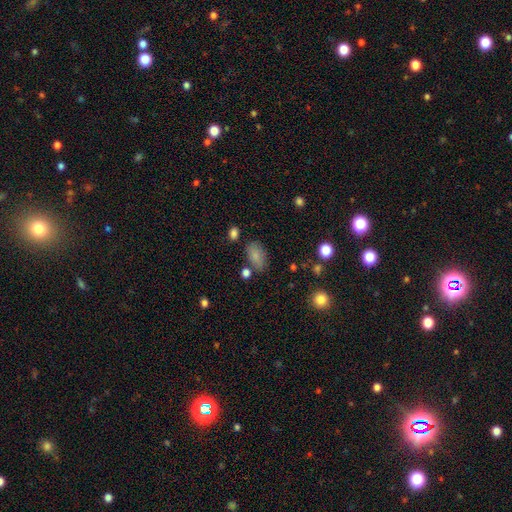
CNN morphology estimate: smooth 82%, star or artifact 10%, featured or disk 8%. Down the decision tree: how rounded — in between (90%); merging — none (71%).